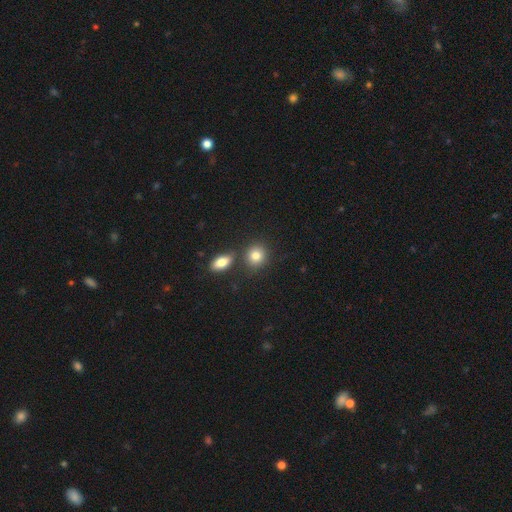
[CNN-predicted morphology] This is clearly a smooth galaxy (83%). How rounded: likely round (76%). Merging: likely none (74%).